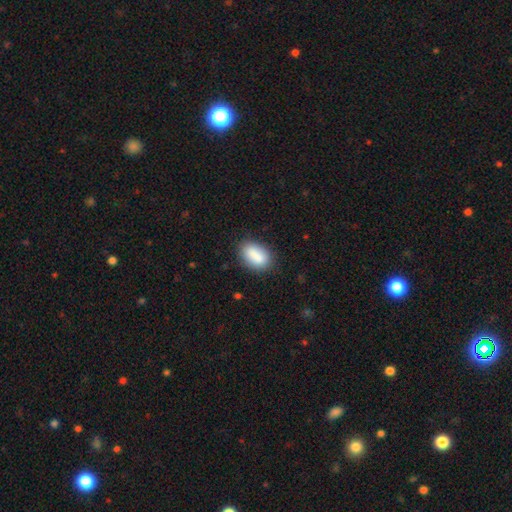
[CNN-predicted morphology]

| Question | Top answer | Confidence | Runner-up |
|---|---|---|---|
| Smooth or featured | smooth | 85% | featured or disk (7%) |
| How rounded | in between | 88% | round (8%) |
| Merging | none | 80% | minor disturbance (14%) |